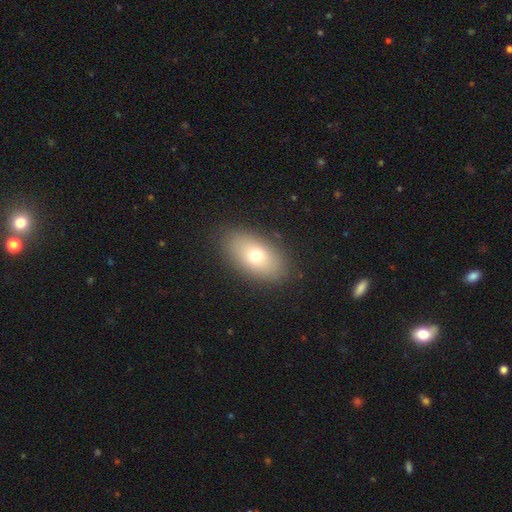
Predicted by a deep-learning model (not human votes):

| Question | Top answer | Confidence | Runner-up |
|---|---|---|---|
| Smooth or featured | smooth | 71% | featured or disk (19%) |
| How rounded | in between | 89% | round (8%) |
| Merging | none | 87% | minor disturbance (9%) |